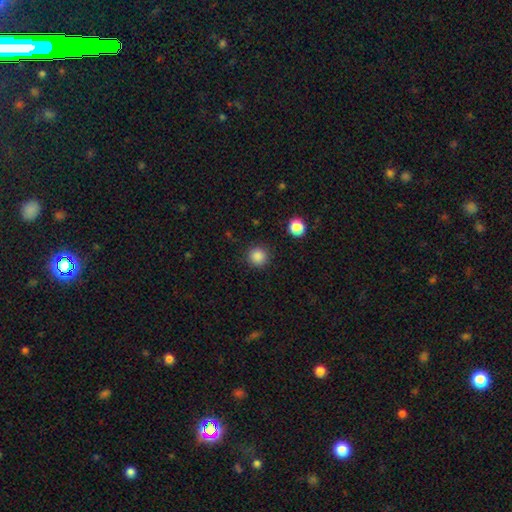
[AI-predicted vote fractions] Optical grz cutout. It shows a smooth galaxy with no disk features (86%) that is round (95%). Merging: none (91%).